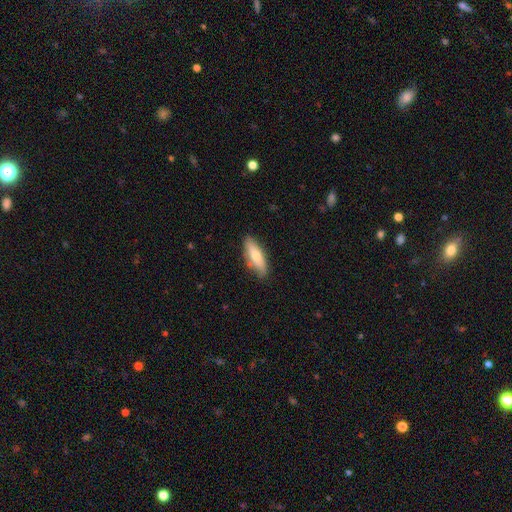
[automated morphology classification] The model was most divided on "how rounded": in between: 61%, cigar-shaped: 37%, round: 2%. More confident: merging — none (78%); smooth or featured — smooth (69%).